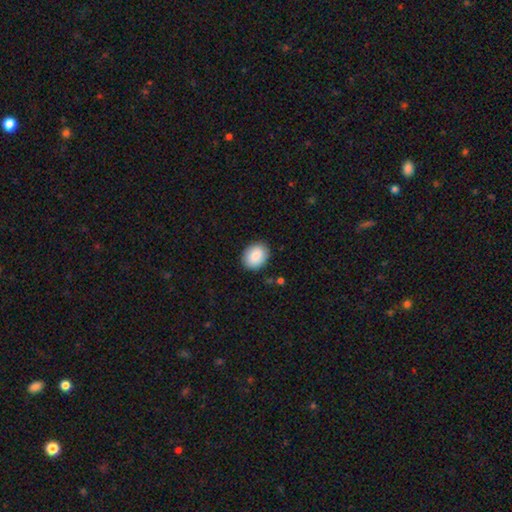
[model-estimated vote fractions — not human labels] smooth-or-featured: smooth: 87% | star or artifact: 7% | featured or disk: 6%
  how-rounded: in between: 64% | round: 35% | cigar-shaped: 1%
  merging: none: 87% | minor disturbance: 9% | major disturbance: 2% | merger: 1%